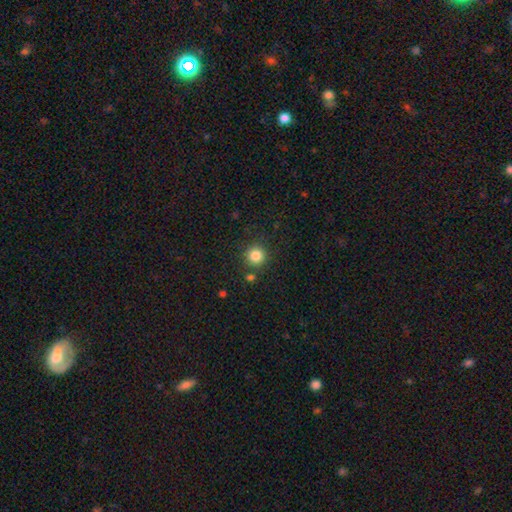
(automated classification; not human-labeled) Smooth or featured: smooth — 84% (star or artifact — 12%)
How rounded: round — 94% (in between — 5%)
Merging: none — 86% (minor disturbance — 7%)